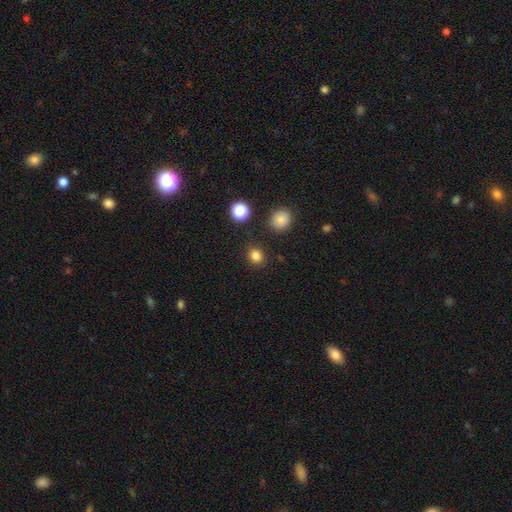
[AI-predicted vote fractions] Smooth or featured? smooth (82%)
How rounded? round (64%)
Merging? none (87%)